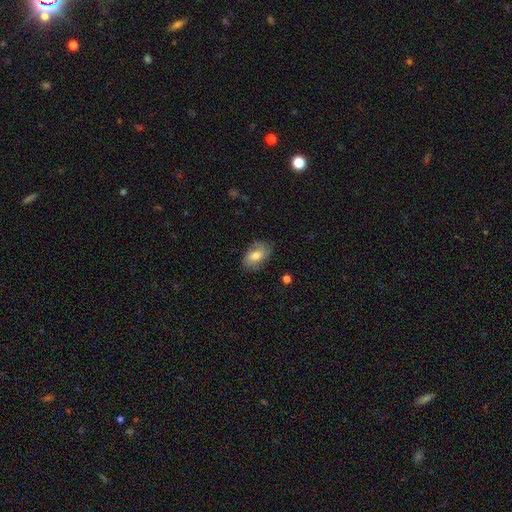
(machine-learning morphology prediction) Q: Smooth or featured?
A: smooth (66%); runner-up: featured or disk (27%)
Q: How rounded?
A: in between (88%); runner-up: round (10%)
Q: Merging?
A: none (76%); runner-up: minor disturbance (18%)